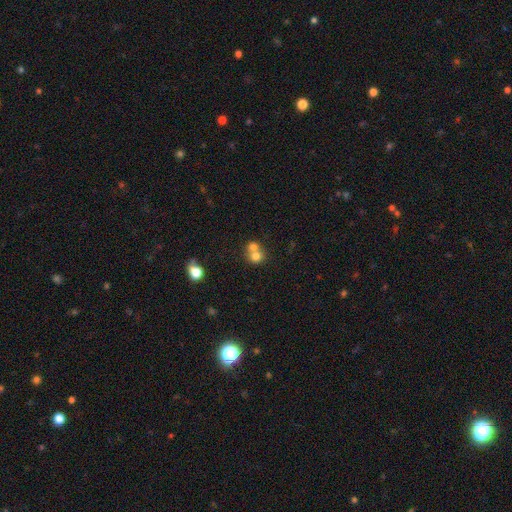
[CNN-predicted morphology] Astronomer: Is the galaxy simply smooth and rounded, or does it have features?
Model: smooth — 74%.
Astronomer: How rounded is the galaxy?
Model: round — 82%.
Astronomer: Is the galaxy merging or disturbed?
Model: merger — 56% (runner-up: none, 35%).